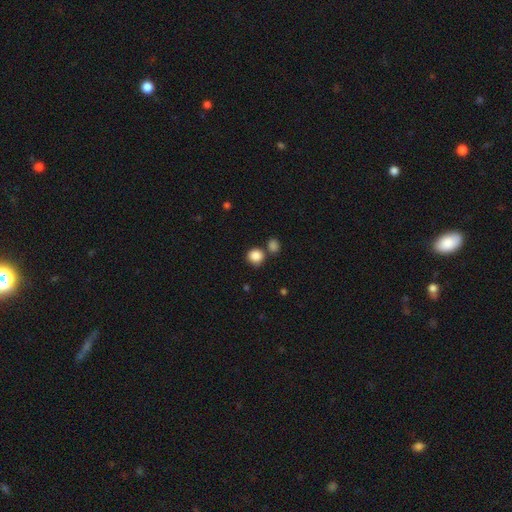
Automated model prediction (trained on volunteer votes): Q: Smooth or featured?
A: smooth (87%); runner-up: star or artifact (9%)
Q: How rounded?
A: round (87%); runner-up: in between (12%)
Q: Merging?
A: none (68%); runner-up: merger (18%)